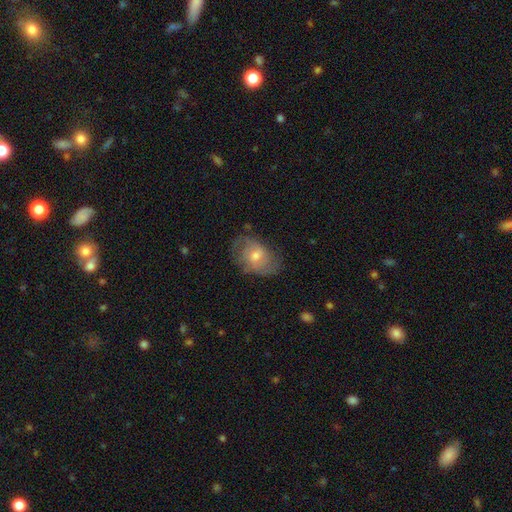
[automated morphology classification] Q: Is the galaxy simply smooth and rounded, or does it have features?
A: featured or disk — 54%.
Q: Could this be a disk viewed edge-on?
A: no — 95%.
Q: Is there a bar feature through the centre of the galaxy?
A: no — 54%.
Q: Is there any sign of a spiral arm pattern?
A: yes — 76%.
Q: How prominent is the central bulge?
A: moderate — 60%.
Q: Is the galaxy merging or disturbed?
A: none — 64%.